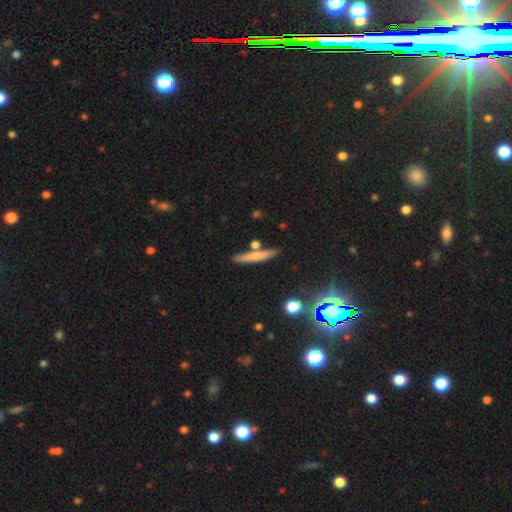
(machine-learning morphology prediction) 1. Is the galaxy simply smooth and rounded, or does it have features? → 64% smooth, 28% featured or disk, 8% star or artifact.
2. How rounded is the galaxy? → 91% cigar-shaped, 6% in between, 2% round.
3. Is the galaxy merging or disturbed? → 79% none, 10% minor disturbance, 9% merger, 2% major disturbance.